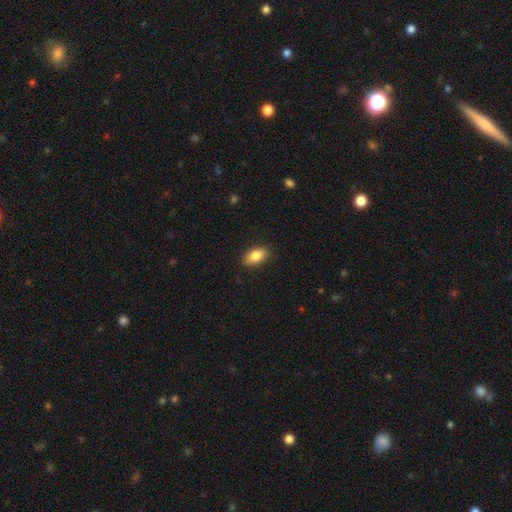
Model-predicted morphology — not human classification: The model was most divided on "merging": none: 86%, minor disturbance: 11%, major disturbance: 2%, merger: 1%. More confident: how rounded — in between (90%); smooth or featured — smooth (84%).